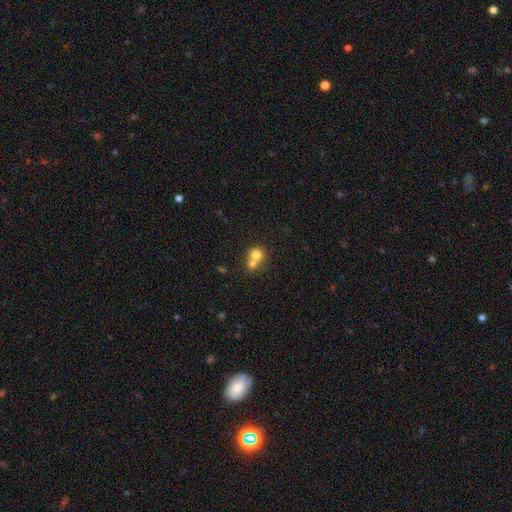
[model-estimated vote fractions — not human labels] The model was most divided on "merging": merger: 63%, none: 30%, minor disturbance: 5%, major disturbance: 2%. More confident: how rounded — round (79%); smooth or featured — smooth (74%).